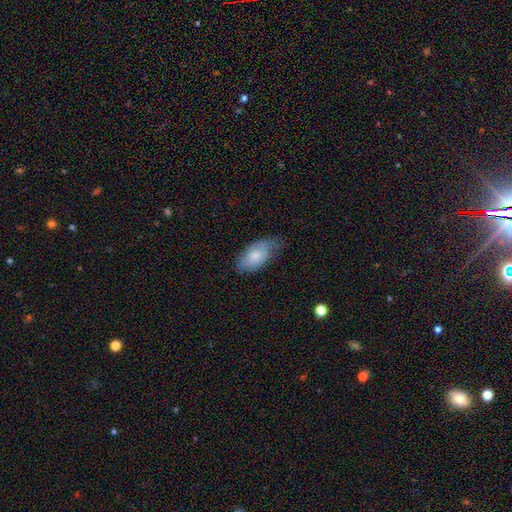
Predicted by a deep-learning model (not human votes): Morphology: type=smooth (69%); roundness=in between (93%); merging=none (55%).